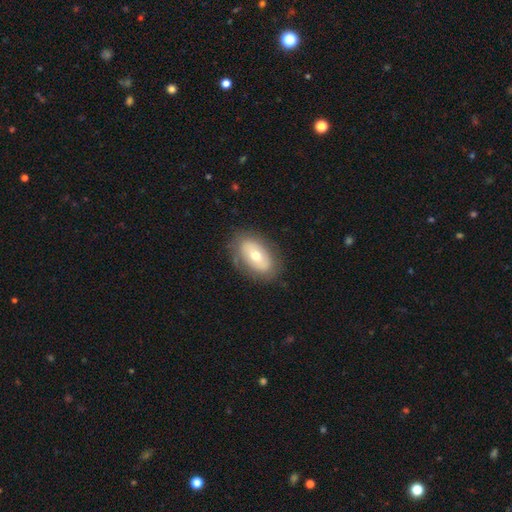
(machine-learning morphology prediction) The model was most divided on "smooth or featured": smooth: 55%, featured or disk: 38%, star or artifact: 7%. More confident: how rounded — in between (90%); merging — none (79%).